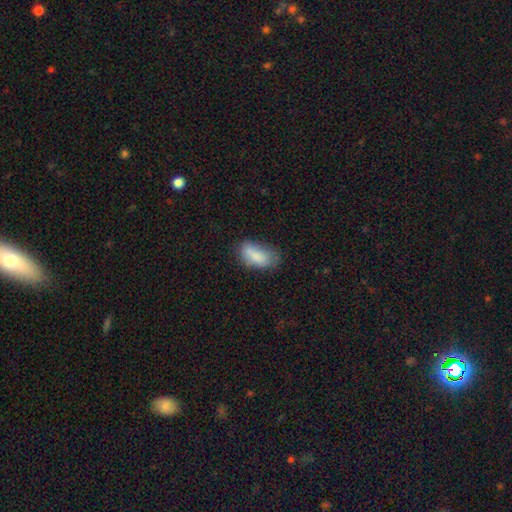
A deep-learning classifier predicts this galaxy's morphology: smooth 81%, featured or disk 11%, star or artifact 8%. Down the decision tree: how rounded — in between (91%); merging — none (52%).